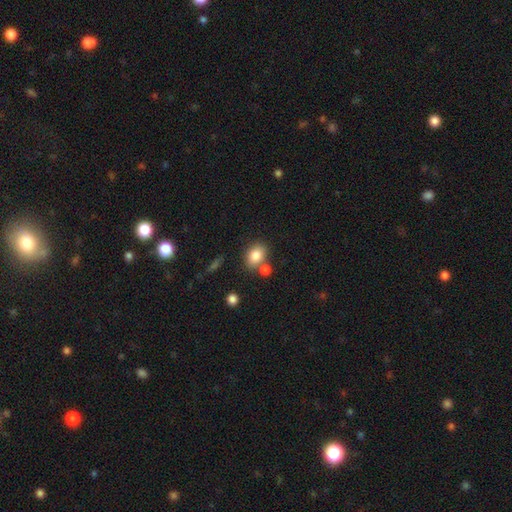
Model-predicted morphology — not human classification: Smooth or featured? Predicted: smooth (p=0.83). How rounded? Predicted: in between (p=0.66). Merging? Predicted: none (p=0.63).